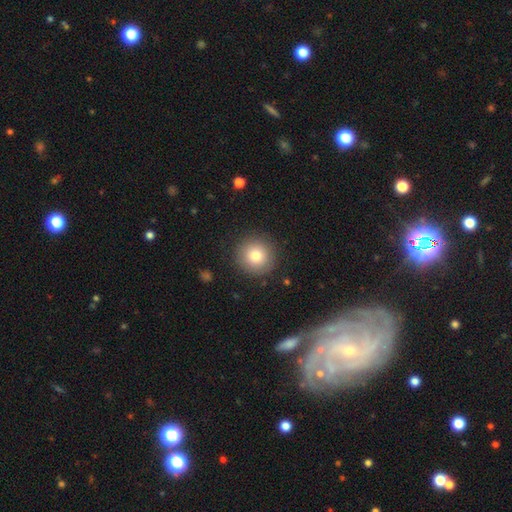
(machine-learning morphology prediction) A smooth galaxy with no disk features (80%) that is round (95%).

Vote fractions:
- Smooth or featured? smooth: 80% / featured or disk: 10% / star or artifact: 10%
- How rounded? round: 95% / in between: 4% / cigar-shaped: 1%
- Merging? none: 89% / minor disturbance: 7% / major disturbance: 3% / merger: 1%